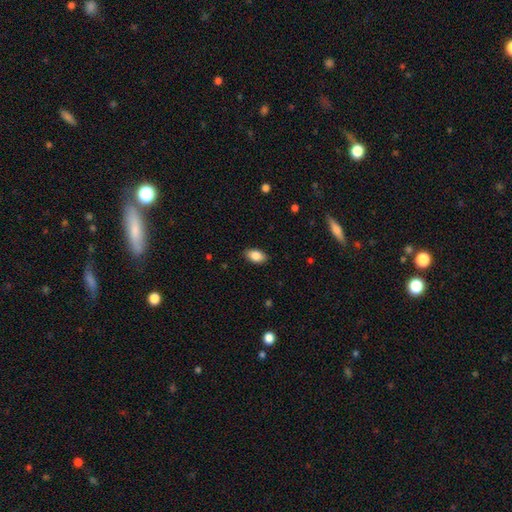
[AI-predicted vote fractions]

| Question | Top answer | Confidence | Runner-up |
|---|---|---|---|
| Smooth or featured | smooth | 86% | star or artifact (7%) |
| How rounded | in between | 92% | round (6%) |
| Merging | none | 87% | minor disturbance (10%) |